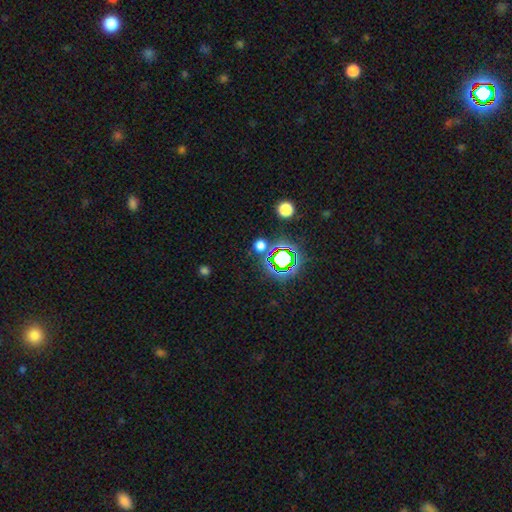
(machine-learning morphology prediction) Smooth or featured? Predicted: star or artifact (p=0.74).